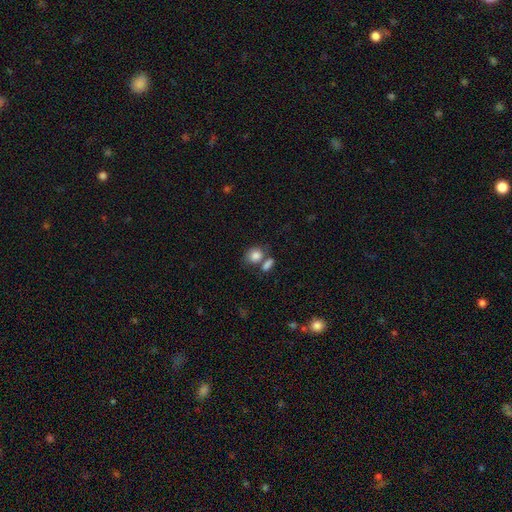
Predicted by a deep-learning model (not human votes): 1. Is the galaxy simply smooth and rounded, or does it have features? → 84% smooth, 9% star or artifact, 7% featured or disk.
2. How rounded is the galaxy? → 51% in between, 47% round, 2% cigar-shaped.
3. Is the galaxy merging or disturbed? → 47% none, 33% merger, 14% minor disturbance, 6% major disturbance.